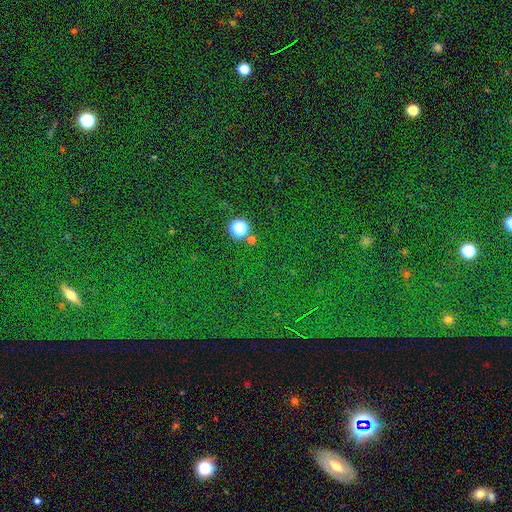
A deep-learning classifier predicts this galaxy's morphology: Smooth or featured? Predicted: star or artifact (p=0.80).